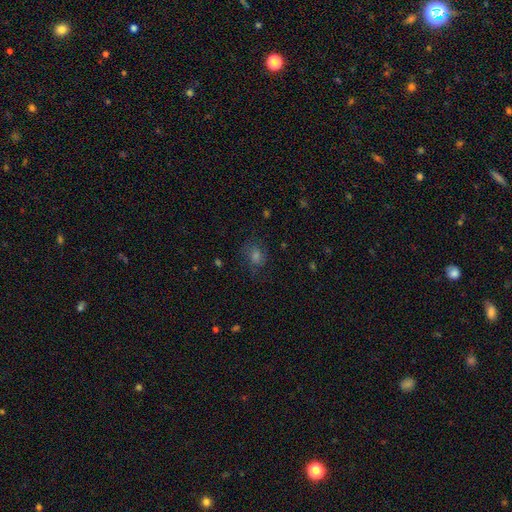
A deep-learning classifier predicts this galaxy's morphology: Overall: smooth (48%; star or artifact 29%). Merging: none (73%).